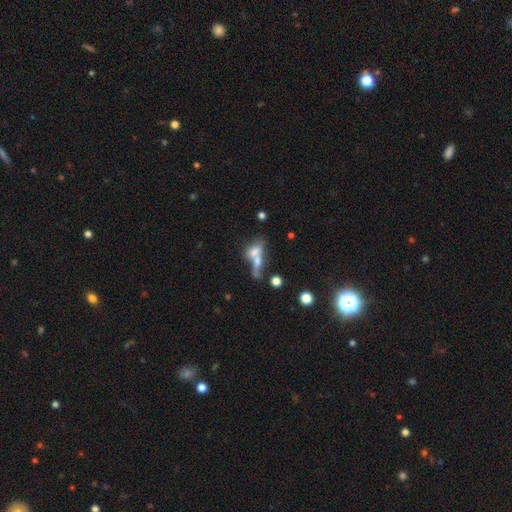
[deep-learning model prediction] A smooth galaxy with no disk features (61%) that is in between round and cigar-shaped (61%).

Vote fractions:
- Smooth or featured? smooth: 61% / featured or disk: 28% / star or artifact: 11%
- How rounded? in between: 61% / cigar-shaped: 20% / round: 19%
- Merging? merger: 61% / none: 21% / major disturbance: 10% / minor disturbance: 8%